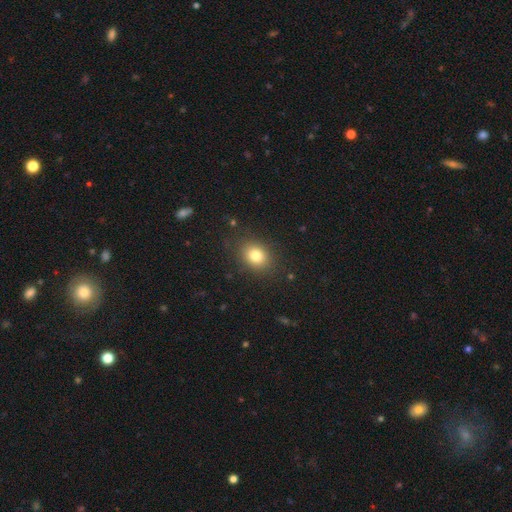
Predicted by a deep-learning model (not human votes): This is likely a smooth galaxy (79%). How rounded: possibly round (53%). Merging: clearly none (85%).